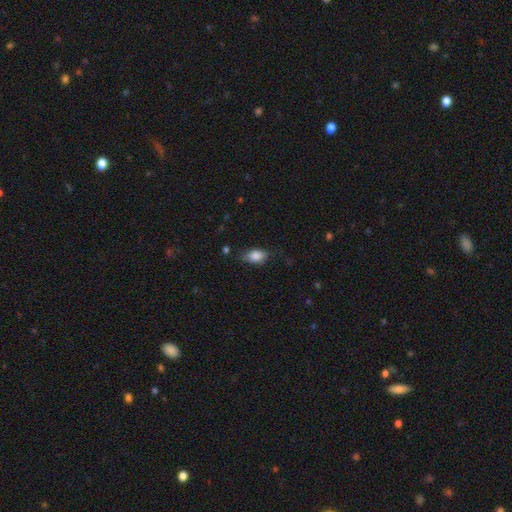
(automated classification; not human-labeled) Q: Smooth or featured?
A: smooth (85%); runner-up: star or artifact (8%)
Q: How rounded?
A: in between (86%); runner-up: round (10%)
Q: Merging?
A: none (71%); runner-up: minor disturbance (22%)